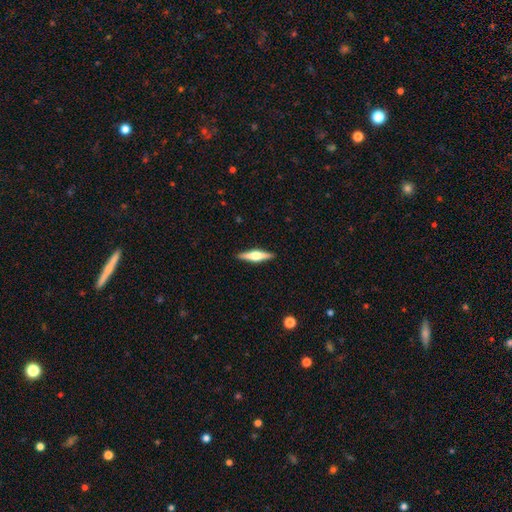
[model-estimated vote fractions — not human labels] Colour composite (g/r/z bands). It shows a featured or disk galaxy (60%) viewed edge-on (97%) with a rounded central bulge (89%). Merging: none (91%).